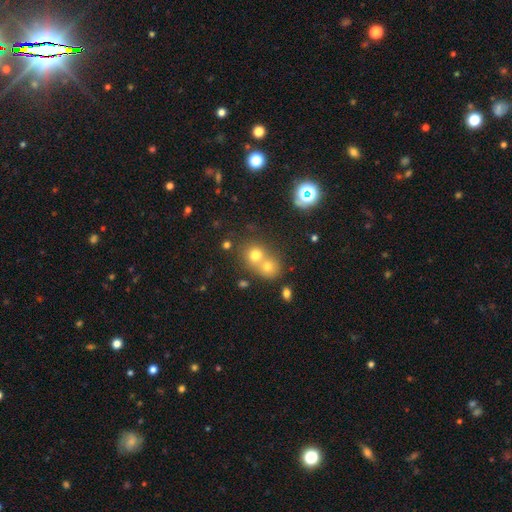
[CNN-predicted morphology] Smooth or featured: smooth — 69% (star or artifact — 18%)
How rounded: round — 79% (in between — 20%)
Merging: merger — 56% (none — 36%)